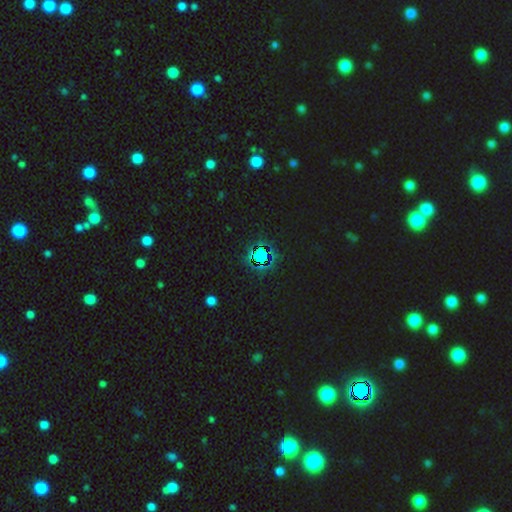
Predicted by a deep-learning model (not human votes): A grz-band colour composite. It shows a star or artifact, not a galaxy (78%).